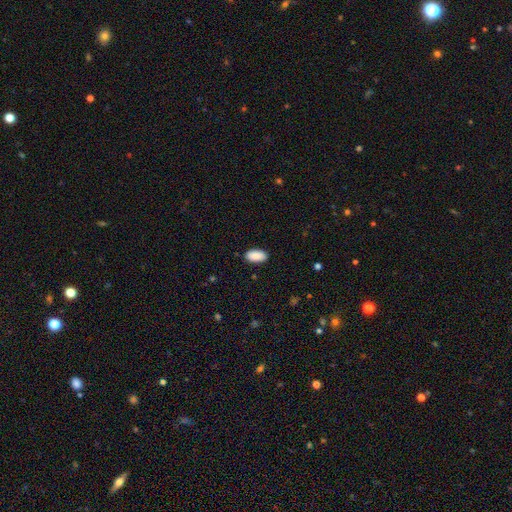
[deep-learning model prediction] This appears to be a smooth galaxy with no disk features (91%) that is in between round and cigar-shaped (95%). Merging: none (88%).